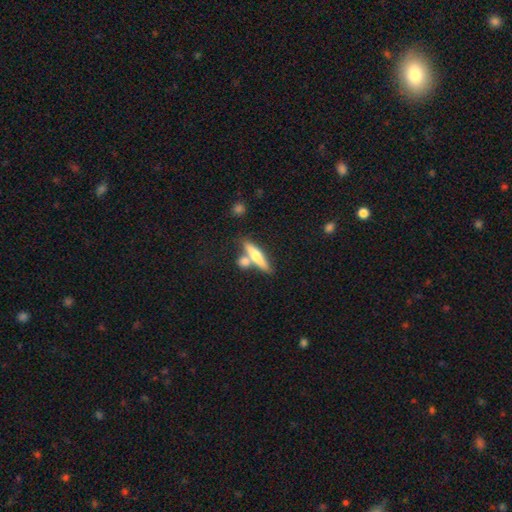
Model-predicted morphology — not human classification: smooth_or_featured: smooth (p=0.53) [alt: featured or disk p=0.41]
how_rounded: cigar-shaped (p=0.77) [alt: in between p=0.18]
merging: none (p=0.59) [alt: merger p=0.27]